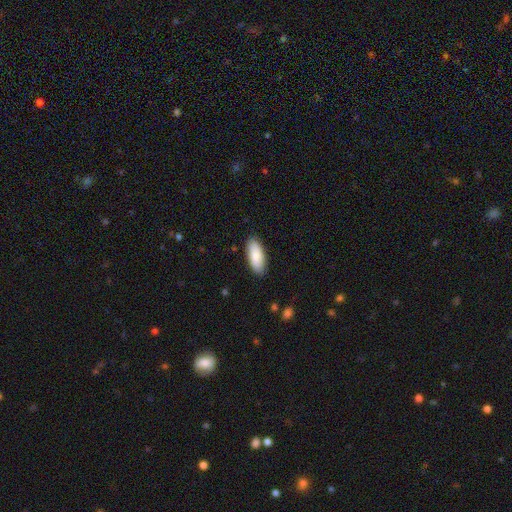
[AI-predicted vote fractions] This appears to be a smooth galaxy with no disk features (86%) that is in between round and cigar-shaped (83%). Merging: none (88%).